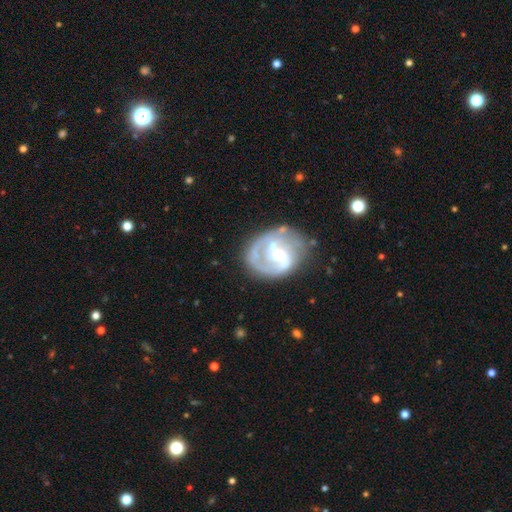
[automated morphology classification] smooth-or-featured: featured or disk: 79% | smooth: 15% | star or artifact: 6%
  disk-edge-on: no: 98% | yes: 2%
    bar: no: 58% | weak: 34% | strong: 8%
    has-spiral-arms: yes: 83% | no: 17%
      spiral-winding: tight: 45% | medium: 38% | loose: 17%
      spiral-arm-count: 2: 41% | 1: 28% | can't tell: 19% | 3: 7% | 4: 2% | more than 4: 2%
    bulge-size: small: 52% | moderate: 36% | none: 6% | large: 4% | dominant: 1%
  merging: none: 56% | minor disturbance: 21% | major disturbance: 17% | merger: 6%